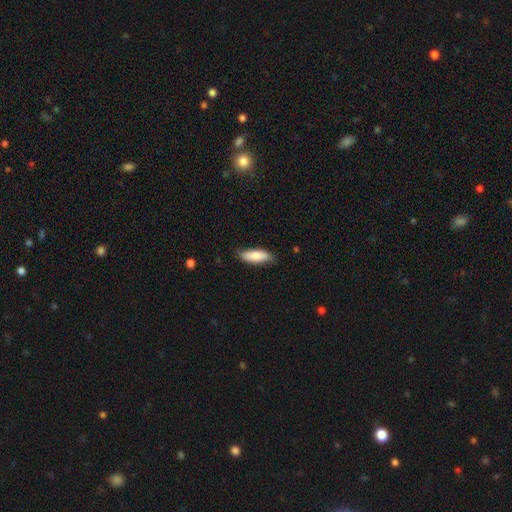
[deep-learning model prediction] smooth_or_featured: smooth (p=0.81) [alt: featured or disk p=0.14]
how_rounded: in between (p=0.70) [alt: cigar-shaped p=0.28]
merging: none (p=0.76) [alt: minor disturbance p=0.20]